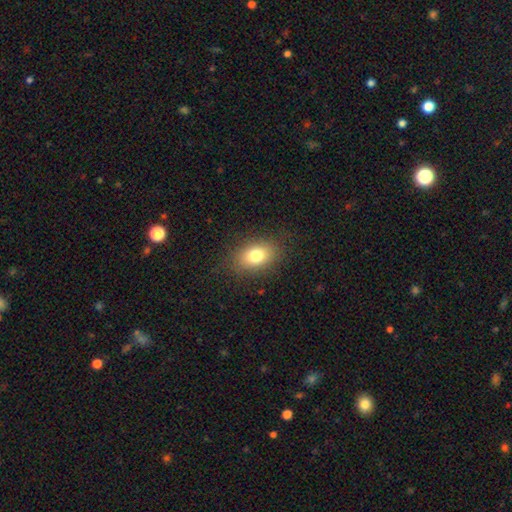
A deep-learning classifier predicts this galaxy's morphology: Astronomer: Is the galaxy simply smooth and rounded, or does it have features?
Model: smooth — 79%.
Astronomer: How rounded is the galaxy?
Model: in between — 80%.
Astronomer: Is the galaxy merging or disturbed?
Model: none — 84%.